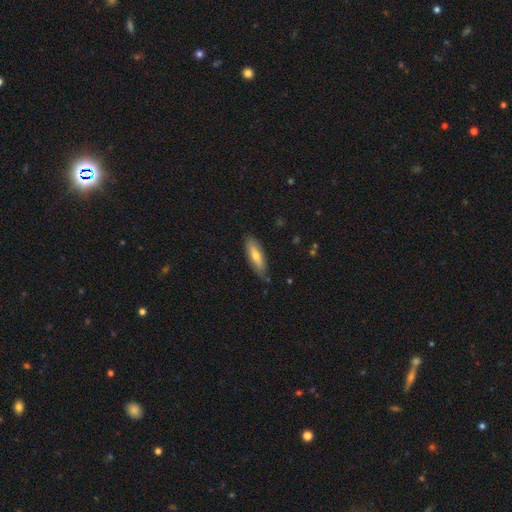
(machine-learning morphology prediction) Smooth or featured?
  - smooth: 64% *
  - featured or disk: 30%
  - star or artifact: 6%
How rounded?
  - cigar-shaped: 54% *
  - in between: 44%
  - round: 2%
Merging?
  - none: 82% *
  - minor disturbance: 14%
  - major disturbance: 2%
  - merger: 1%